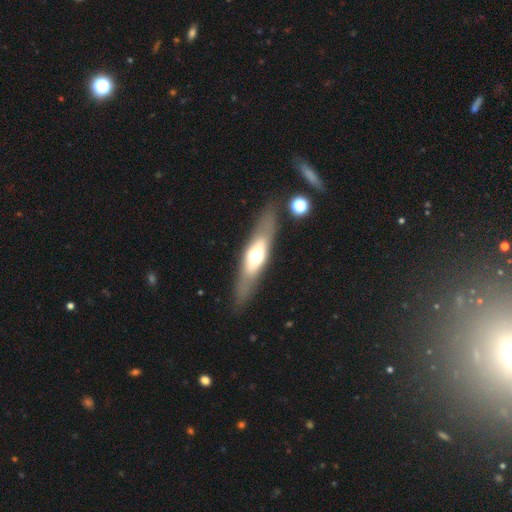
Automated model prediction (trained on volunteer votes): The model was most divided on "smooth or featured": featured or disk: 51%, smooth: 43%, star or artifact: 7%. More confident: merging — none (82%); edge-on disk — yes (66%).